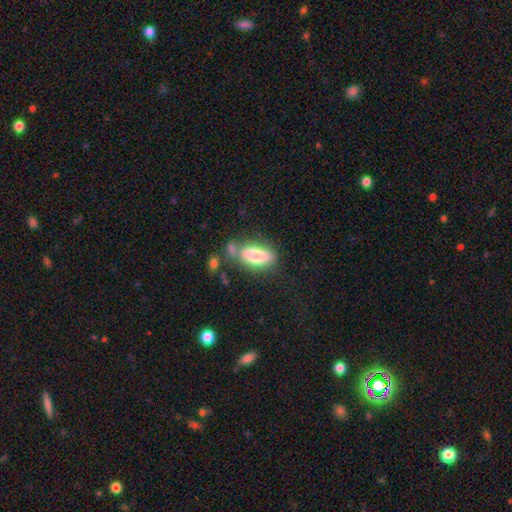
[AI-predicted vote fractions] smooth_or_featured: smooth (p=0.77) [alt: featured or disk p=0.16]
how_rounded: in between (p=0.81) [alt: cigar-shaped p=0.16]
merging: none (p=0.57) [alt: minor disturbance p=0.19]